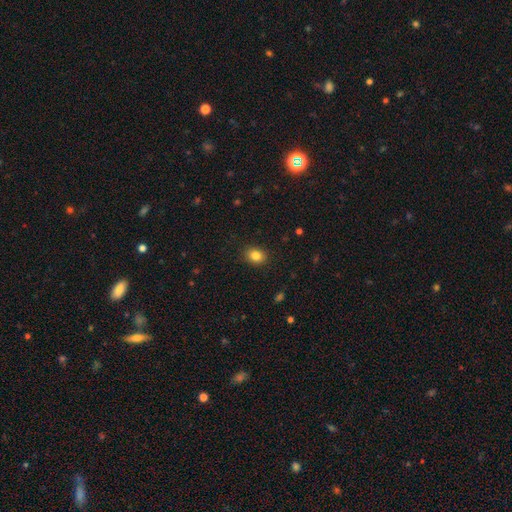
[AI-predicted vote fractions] A smooth galaxy with no disk features (83%) that is in between round and cigar-shaped (51%). Merging: none (89%).